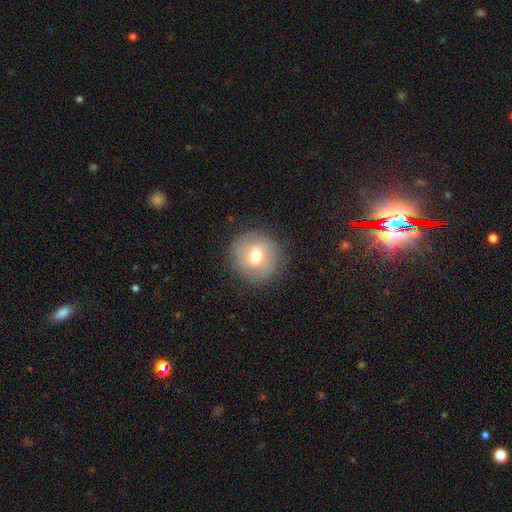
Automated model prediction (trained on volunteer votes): A smooth galaxy with no disk features (65%) that is round (92%). Merging: none (85%).